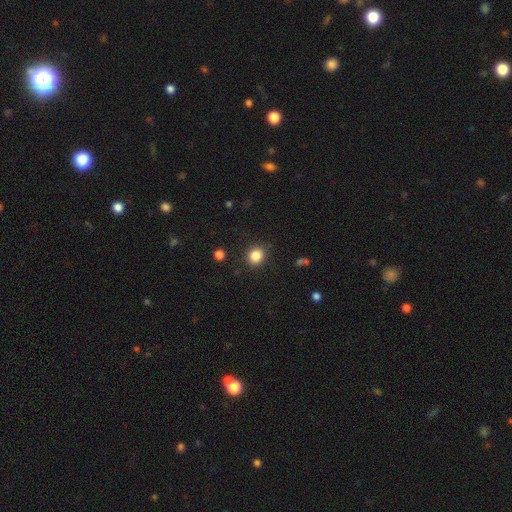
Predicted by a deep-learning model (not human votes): A smooth galaxy with no disk features (85%) that is round (79%). Merging: none (84%).